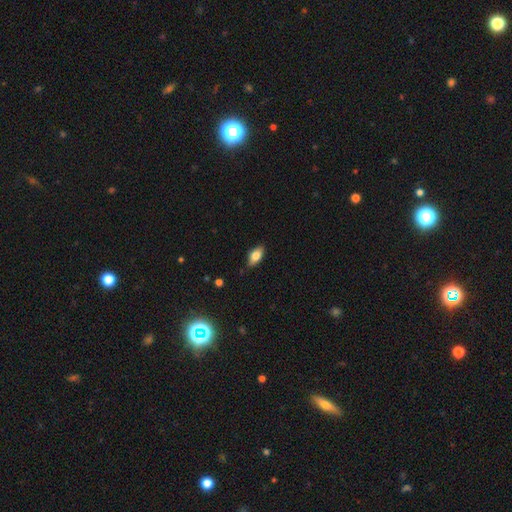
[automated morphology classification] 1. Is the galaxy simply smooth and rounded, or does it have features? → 78% smooth, 14% featured or disk, 8% star or artifact.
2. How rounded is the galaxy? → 89% in between, 7% cigar-shaped, 4% round.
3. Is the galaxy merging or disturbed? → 82% none, 15% minor disturbance, 2% major disturbance, 1% merger.